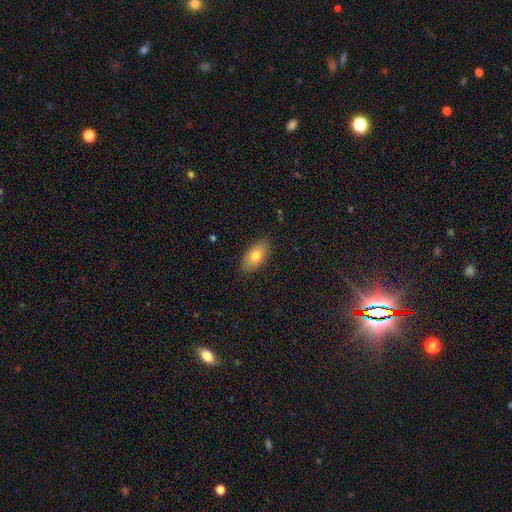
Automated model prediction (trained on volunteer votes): This appears to be a smooth galaxy with no disk features (77%) that is in between round and cigar-shaped (92%). Merging: none (85%).